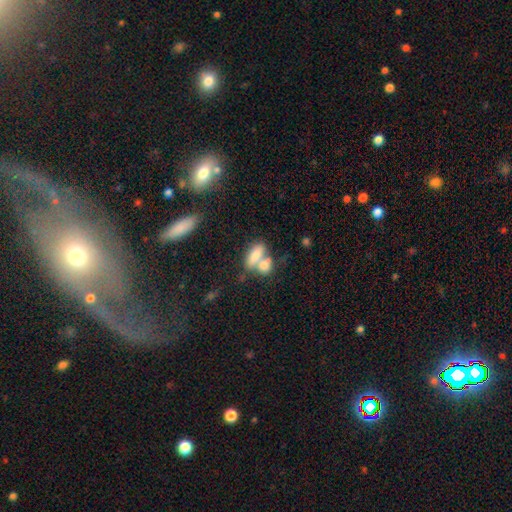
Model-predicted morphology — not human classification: This is likely a smooth galaxy (77%). How rounded: likely in between (77%). Merging: possibly merger (56%).